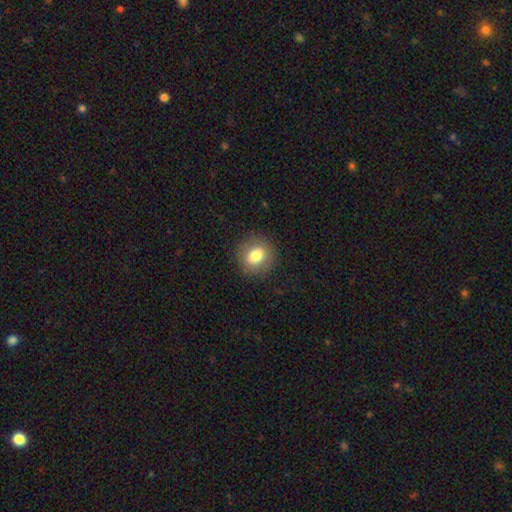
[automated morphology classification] Smooth or featured? smooth (78%)
How rounded? round (71%)
Merging? none (87%)